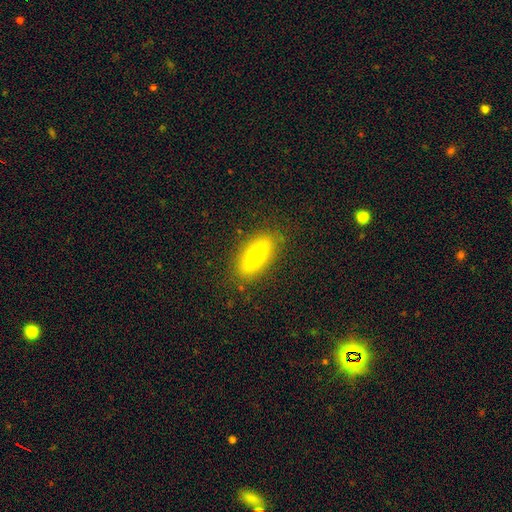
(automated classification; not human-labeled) Smooth or featured? smooth (65%)
How rounded? in between (71%)
Merging? none (85%)